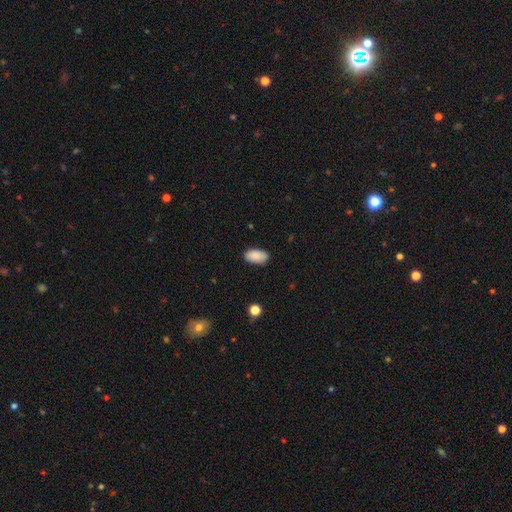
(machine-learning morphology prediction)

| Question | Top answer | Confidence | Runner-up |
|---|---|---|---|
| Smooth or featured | smooth | 89% | star or artifact (7%) |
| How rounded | in between | 95% | round (3%) |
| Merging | none | 86% | minor disturbance (10%) |